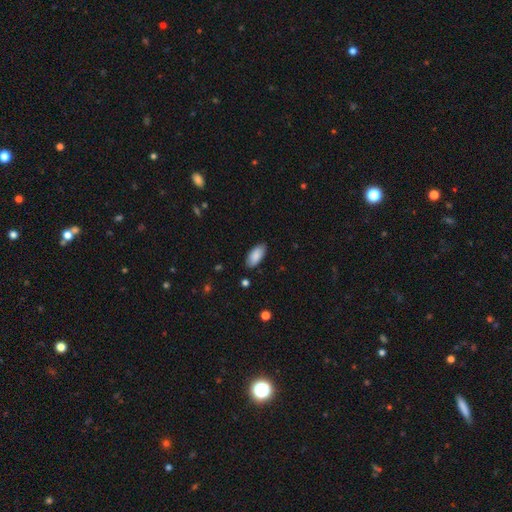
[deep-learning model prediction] The model was most divided on "merging": none: 86%, minor disturbance: 11%, major disturbance: 2%, merger: 1%. More confident: how rounded — in between (90%); smooth or featured — smooth (88%).